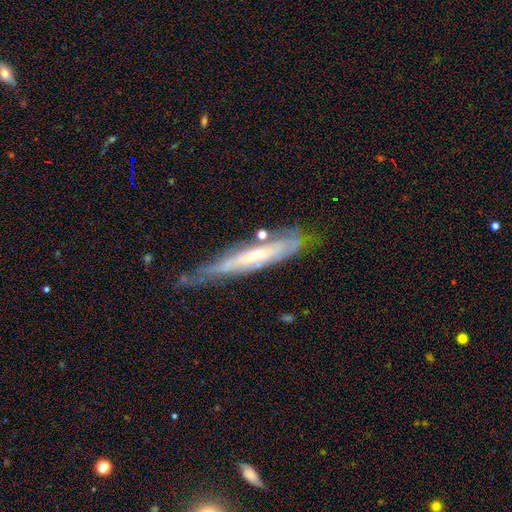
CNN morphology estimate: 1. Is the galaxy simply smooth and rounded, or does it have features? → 69% featured or disk, 24% smooth, 7% star or artifact.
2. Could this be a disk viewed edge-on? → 66% yes, 34% no.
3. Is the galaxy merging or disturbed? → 51% none, 32% minor disturbance, 12% major disturbance, 4% merger.